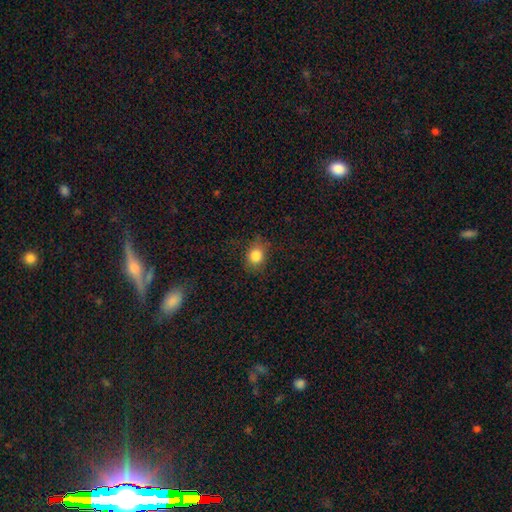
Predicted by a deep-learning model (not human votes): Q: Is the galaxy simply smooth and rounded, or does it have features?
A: smooth — 83%.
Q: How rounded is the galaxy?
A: round — 62%.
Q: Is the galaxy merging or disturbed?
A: none — 76%.